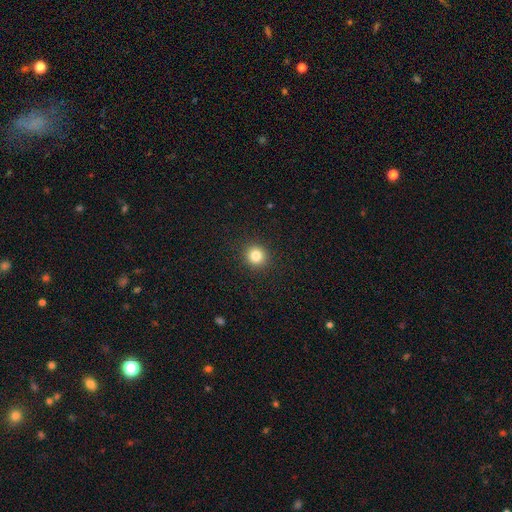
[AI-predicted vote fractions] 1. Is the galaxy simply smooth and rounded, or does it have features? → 83% smooth, 12% star or artifact, 6% featured or disk.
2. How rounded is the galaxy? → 91% round, 8% in between, 1% cigar-shaped.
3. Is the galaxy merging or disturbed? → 92% none, 5% minor disturbance, 2% major disturbance, 1% merger.